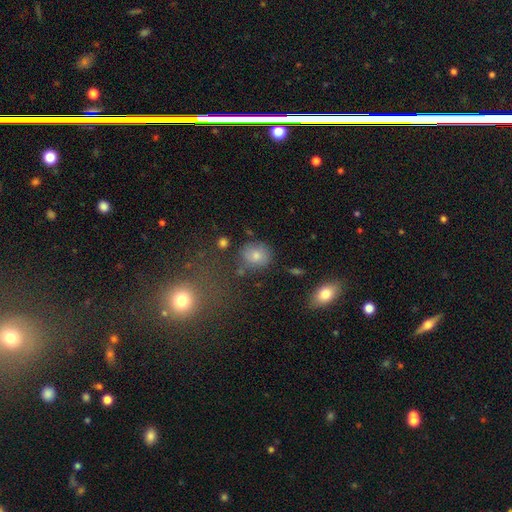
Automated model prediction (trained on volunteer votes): This appears to be a smooth galaxy with no disk features (76%) that is round (74%). Merging: none (71%).